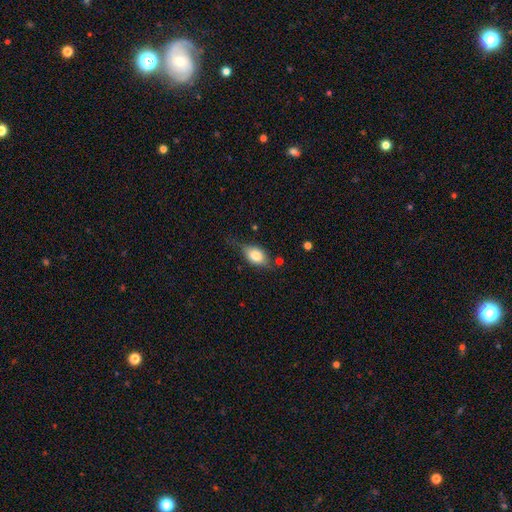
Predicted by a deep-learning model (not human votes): Smooth or featured? smooth (71%)
How rounded? in between (80%)
Merging? none (60%)